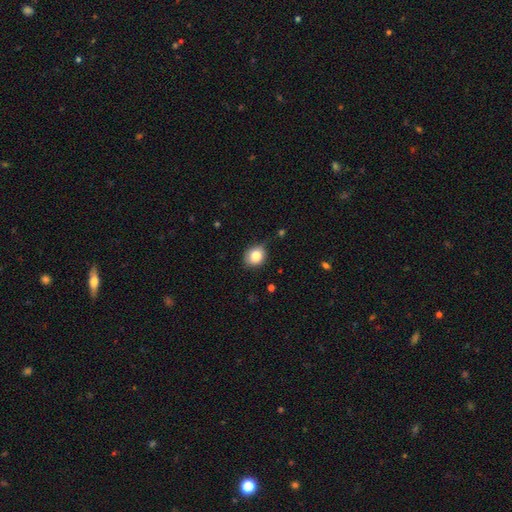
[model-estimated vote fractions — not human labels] smooth-or-featured: smooth: 82% | star or artifact: 9% | featured or disk: 8%
  how-rounded: round: 70% | in between: 29% | cigar-shaped: 1%
  merging: none: 70% | minor disturbance: 24% | major disturbance: 4% | merger: 2%